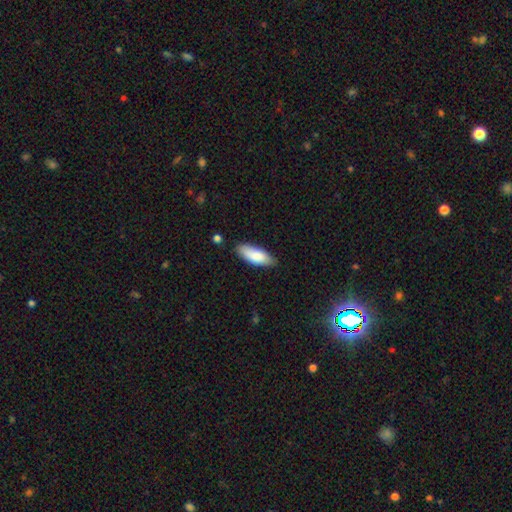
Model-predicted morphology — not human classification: smooth_or_featured: smooth (p=0.84) [alt: featured or disk p=0.10]
how_rounded: in between (p=0.75) [alt: cigar-shaped p=0.23]
merging: none (p=0.79) [alt: minor disturbance p=0.16]